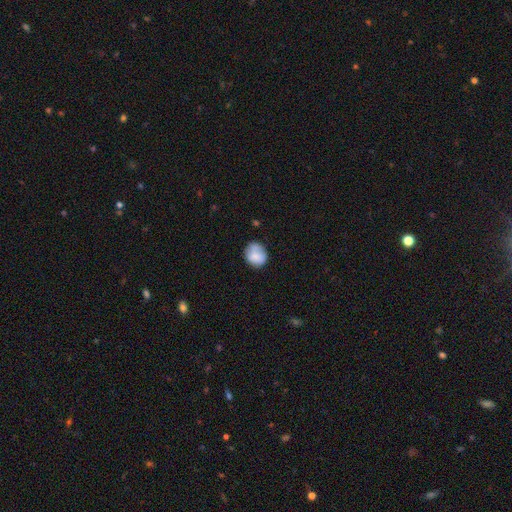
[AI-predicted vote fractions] Smooth or featured? Predicted: smooth (p=0.76). How rounded? Predicted: round (p=0.70). Merging? Predicted: none (p=0.63).